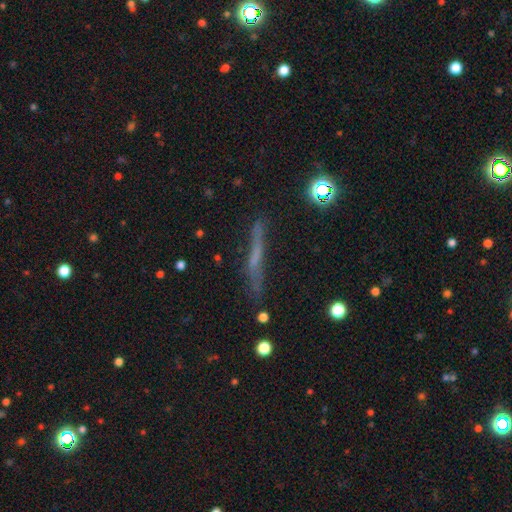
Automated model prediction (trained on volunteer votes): Q: Smooth or featured?
A: featured or disk (48%); runner-up: smooth (40%)
Q: Merging?
A: none (77%); runner-up: minor disturbance (15%)